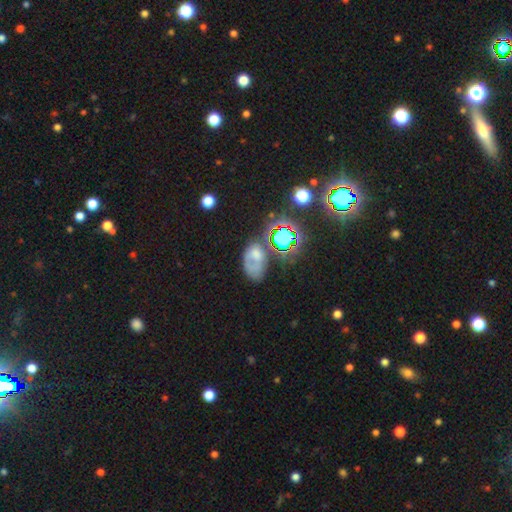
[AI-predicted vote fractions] Morphology: type=smooth (48%); merging=none (36%).